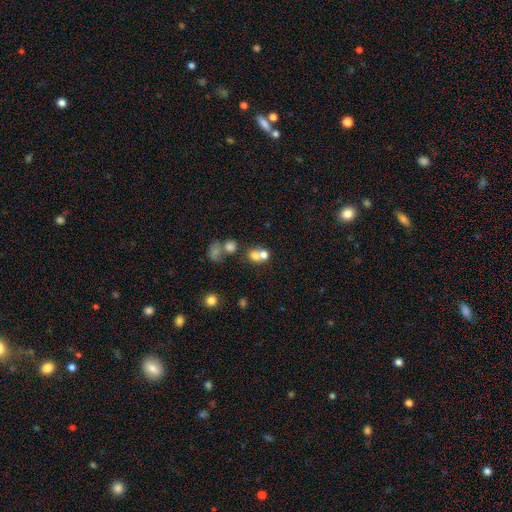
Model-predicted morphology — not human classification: Smooth or featured: smooth — 68% (featured or disk — 16%)
How rounded: round — 74% (in between — 25%)
Merging: merger — 55% (none — 34%)